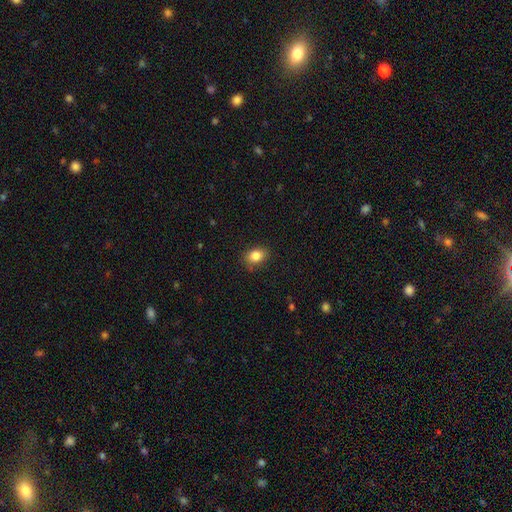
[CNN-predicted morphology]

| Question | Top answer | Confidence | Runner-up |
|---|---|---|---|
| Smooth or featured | smooth | 84% | star or artifact (9%) |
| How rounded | in between | 69% | round (30%) |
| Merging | none | 82% | minor disturbance (14%) |